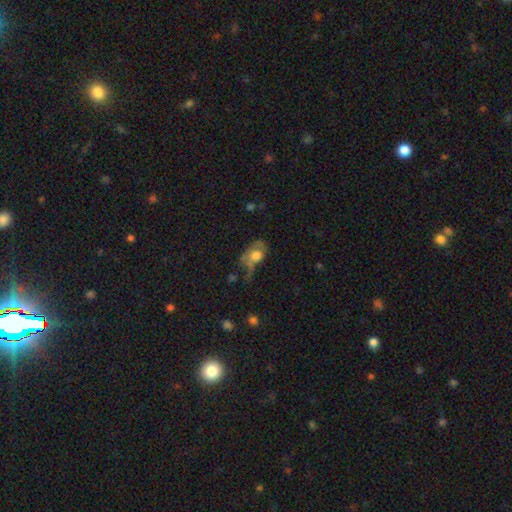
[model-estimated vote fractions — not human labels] smooth-or-featured: smooth: 56% | featured or disk: 33% | star or artifact: 10%
  how-rounded: in between: 74% | round: 24% | cigar-shaped: 3%
  merging: major disturbance: 44% | none: 24% | minor disturbance: 22% | merger: 10%